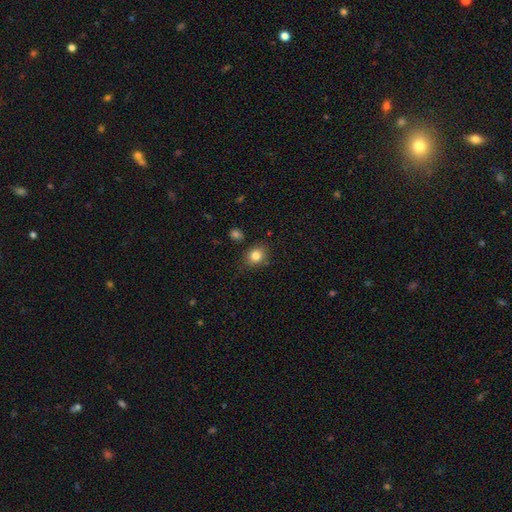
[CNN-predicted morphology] smooth-or-featured: smooth: 82% | star or artifact: 11% | featured or disk: 7%
  how-rounded: round: 57% | in between: 42% | cigar-shaped: 1%
  merging: none: 77% | minor disturbance: 16% | major disturbance: 4% | merger: 3%